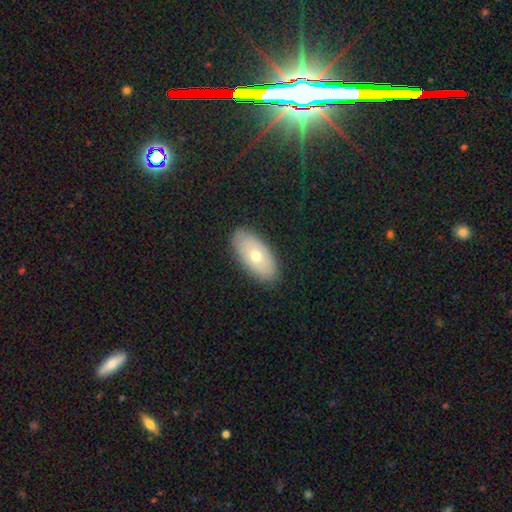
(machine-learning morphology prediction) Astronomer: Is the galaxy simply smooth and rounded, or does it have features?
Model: smooth — 63%.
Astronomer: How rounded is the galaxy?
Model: in between — 92%.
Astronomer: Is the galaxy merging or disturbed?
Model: none — 88%.